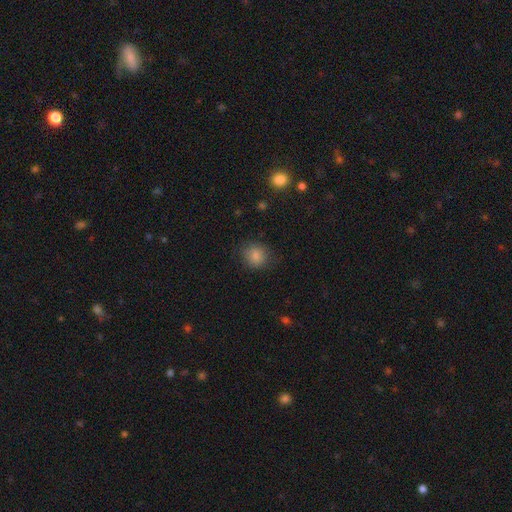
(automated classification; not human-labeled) Smooth or featured? smooth (83%)
How rounded? round (74%)
Merging? none (79%)